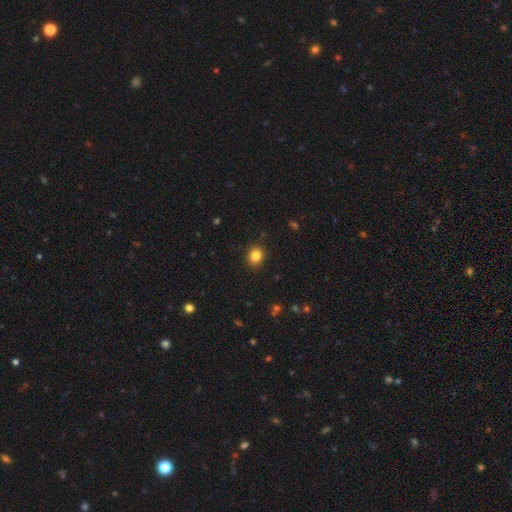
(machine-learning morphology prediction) Q: Smooth or featured?
A: smooth (83%); runner-up: star or artifact (11%)
Q: How rounded?
A: round (76%); runner-up: in between (23%)
Q: Merging?
A: none (90%); runner-up: minor disturbance (7%)